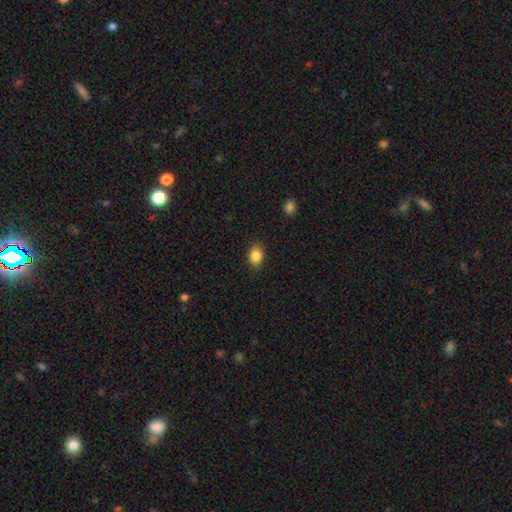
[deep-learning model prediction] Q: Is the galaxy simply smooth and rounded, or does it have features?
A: smooth — 86%.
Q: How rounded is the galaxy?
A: in between — 72%.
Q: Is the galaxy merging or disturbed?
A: none — 88%.